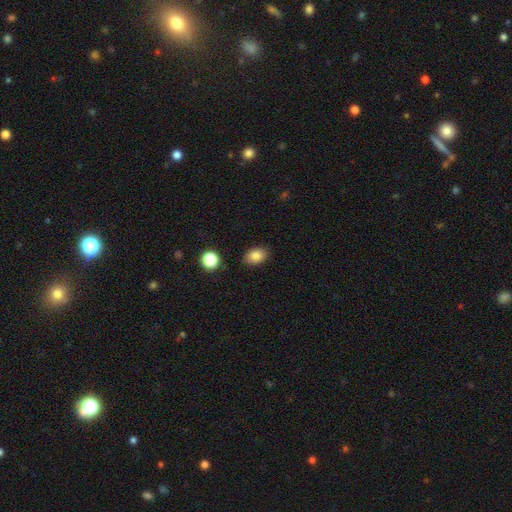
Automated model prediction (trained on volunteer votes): This appears to be a smooth galaxy with no disk features (84%) that is in between round and cigar-shaped (80%). Merging: none (85%).